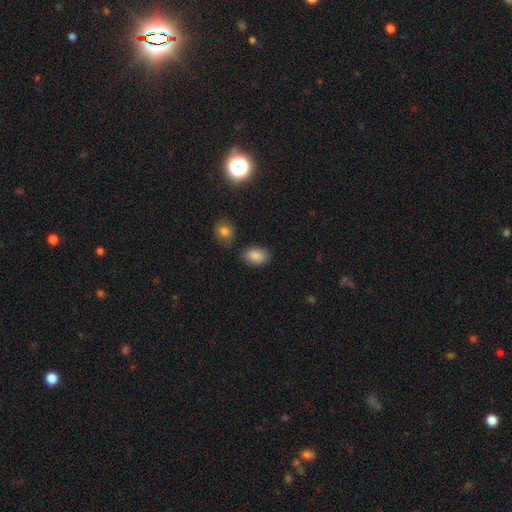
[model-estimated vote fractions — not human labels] Smooth or featured? smooth (87%)
How rounded? in between (85%)
Merging? none (80%)